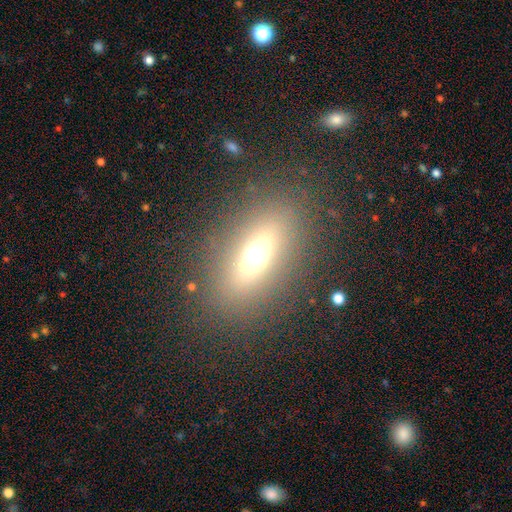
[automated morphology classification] Overall: smooth (54%; featured or disk 27%). How rounded: in between (68%). Merging: none (84%).